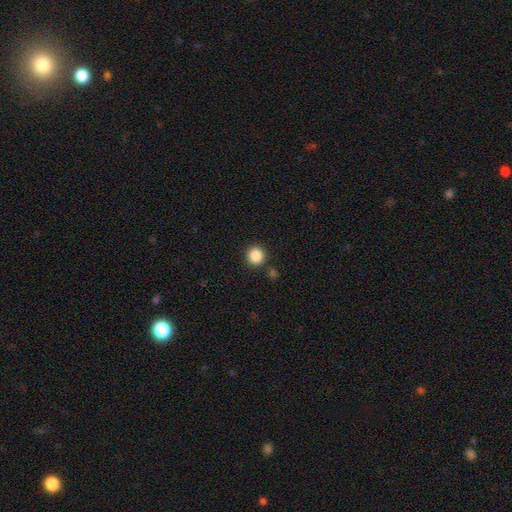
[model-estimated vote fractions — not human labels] smooth_or_featured: smooth (p=0.87) [alt: star or artifact p=0.10]
how_rounded: round (p=0.92) [alt: in between p=0.07]
merging: none (p=0.87) [alt: minor disturbance p=0.07]